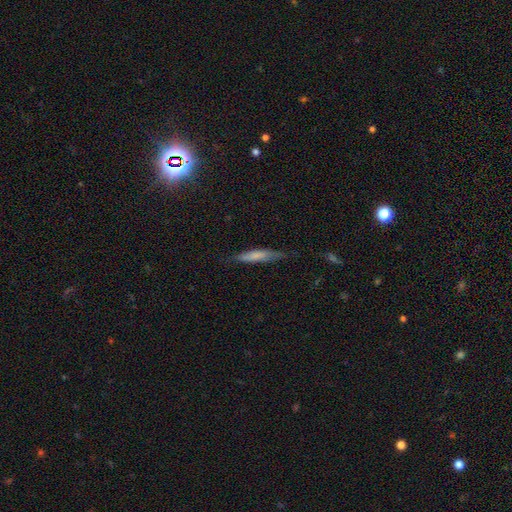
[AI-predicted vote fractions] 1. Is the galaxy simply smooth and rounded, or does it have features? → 67% smooth, 26% featured or disk, 6% star or artifact.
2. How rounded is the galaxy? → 90% cigar-shaped, 9% in between, 1% round.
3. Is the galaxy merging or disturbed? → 76% none, 19% minor disturbance, 4% major disturbance, 2% merger.